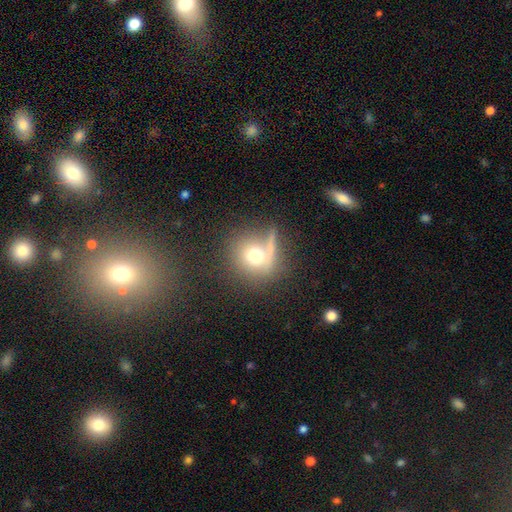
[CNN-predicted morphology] type=smooth (67%); roundness=round (88%); merging=none (55%).